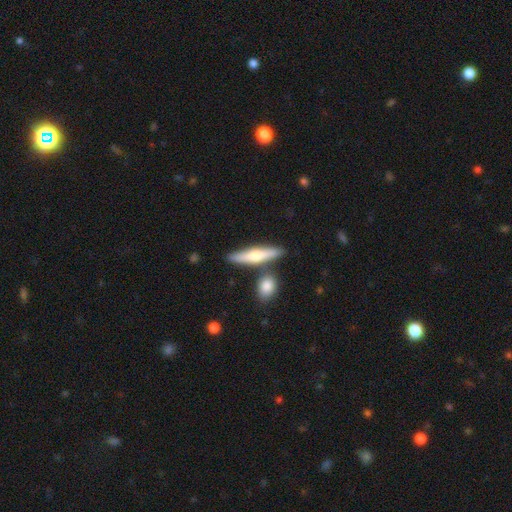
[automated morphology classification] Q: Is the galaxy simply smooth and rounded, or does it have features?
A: smooth — 49%.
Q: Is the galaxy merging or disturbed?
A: none — 75%.